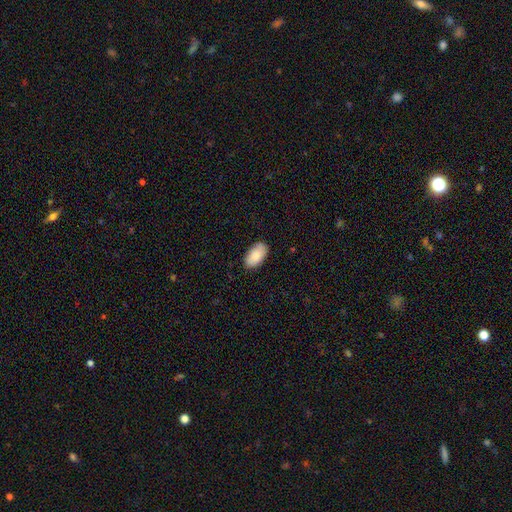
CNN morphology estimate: type=smooth (85%); roundness=in between (95%); merging=none (81%).